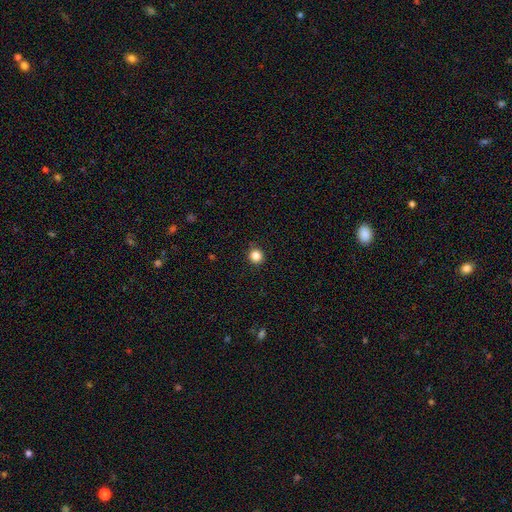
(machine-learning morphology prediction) Smooth or featured: smooth — 85% (star or artifact — 11%)
How rounded: round — 94% (in between — 5%)
Merging: none — 91% (minor disturbance — 6%)